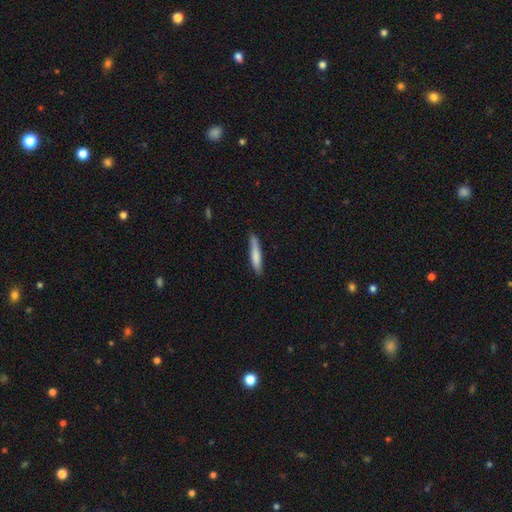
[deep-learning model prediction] smooth 76%, featured or disk 18%, star or artifact 6%. Down the decision tree: how rounded — cigar-shaped (89%); merging — none (78%).